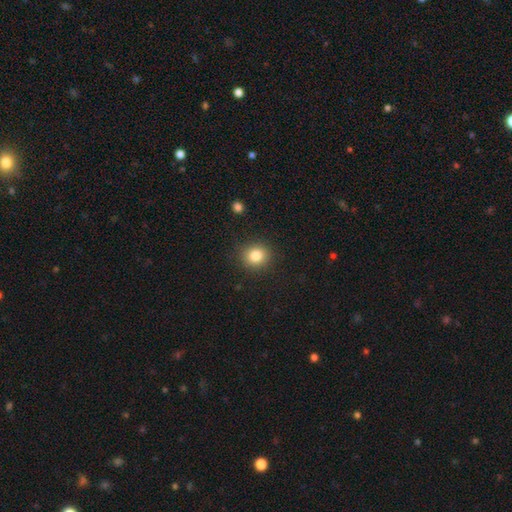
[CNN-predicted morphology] A smooth galaxy with no disk features (83%) that is round (83%). Merging: none (89%).